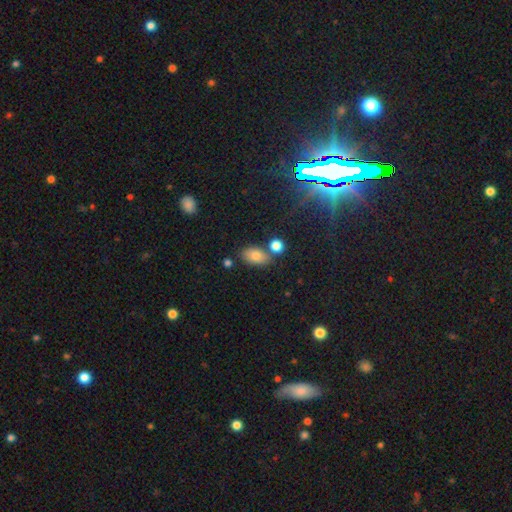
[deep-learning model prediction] Smooth or featured? Predicted: smooth (p=0.78). How rounded? Predicted: in between (p=0.88). Merging? Predicted: none (p=0.70).